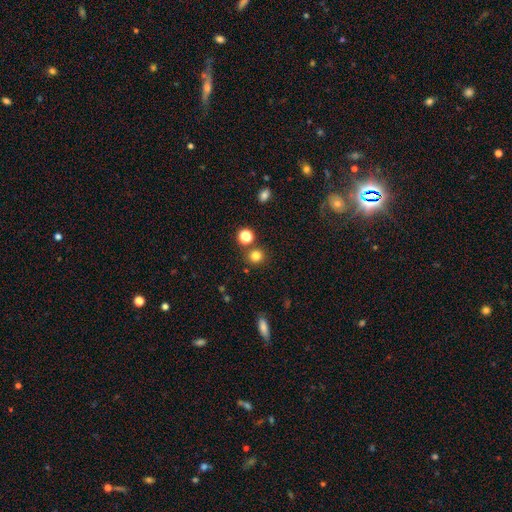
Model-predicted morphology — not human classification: Smooth or featured? Predicted: smooth (p=0.79). How rounded? Predicted: round (p=0.86). Merging? Predicted: none (p=0.81).